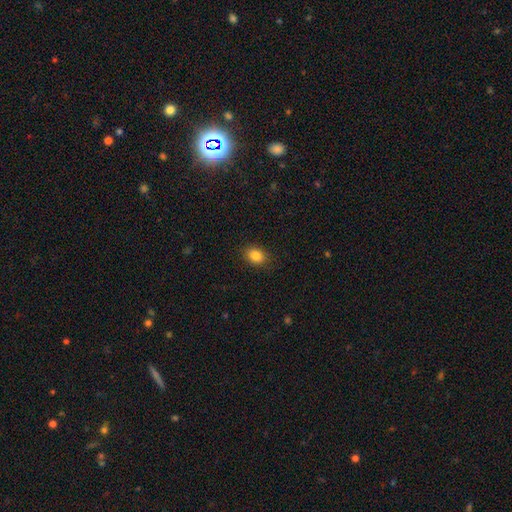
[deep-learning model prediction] A smooth galaxy with no disk features (85%) that is in between round and cigar-shaped (66%). Merging: none (88%).